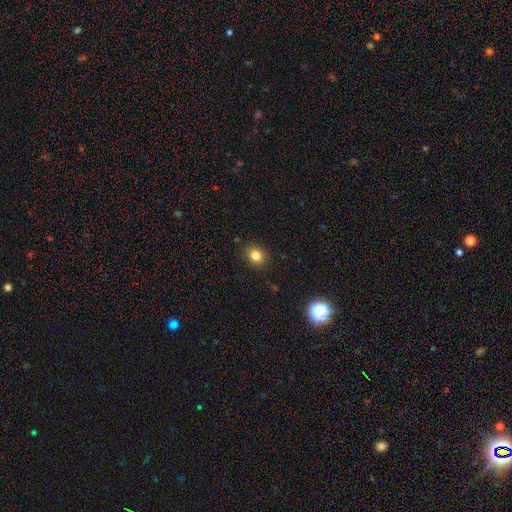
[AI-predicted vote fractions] Smooth or featured: smooth — 82% (star or artifact — 12%)
How rounded: round — 63% (in between — 36%)
Merging: none — 88% (minor disturbance — 8%)